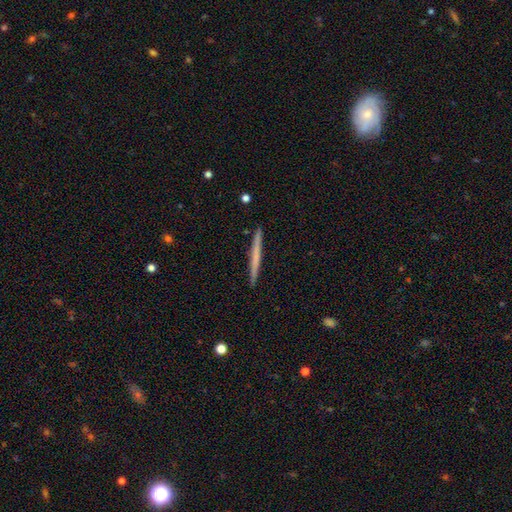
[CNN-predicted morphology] Smooth or featured? smooth (54%)
How rounded? cigar-shaped (97%)
Merging? none (93%)